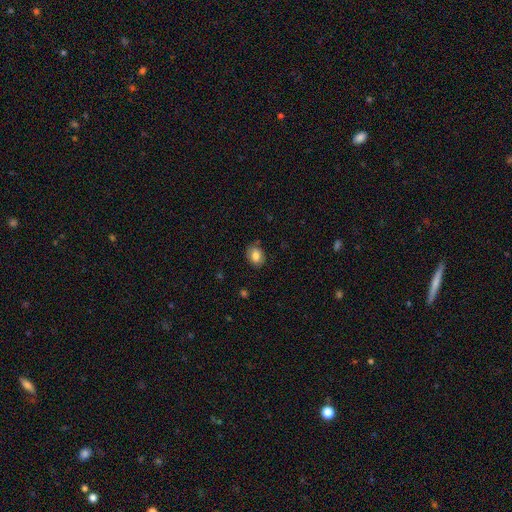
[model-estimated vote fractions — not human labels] The model was most divided on "how rounded": in between: 63%, round: 36%, cigar-shaped: 1%. More confident: merging — none (83%); smooth or featured — smooth (82%).